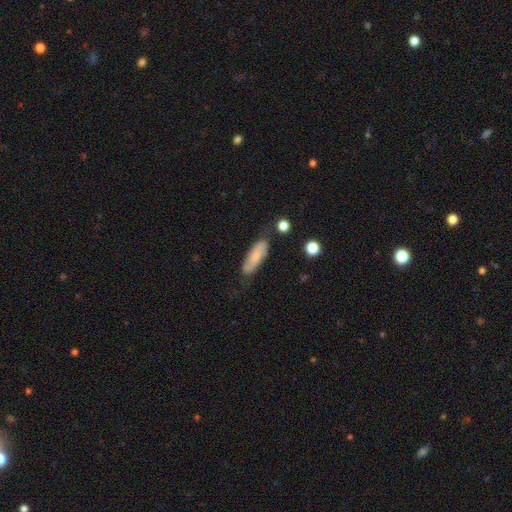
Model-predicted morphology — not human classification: smooth-or-featured: smooth: 65% | featured or disk: 28% | star or artifact: 7%
  how-rounded: in between: 51% | cigar-shaped: 47% | round: 2%
  merging: none: 74% | minor disturbance: 19% | major disturbance: 4% | merger: 3%